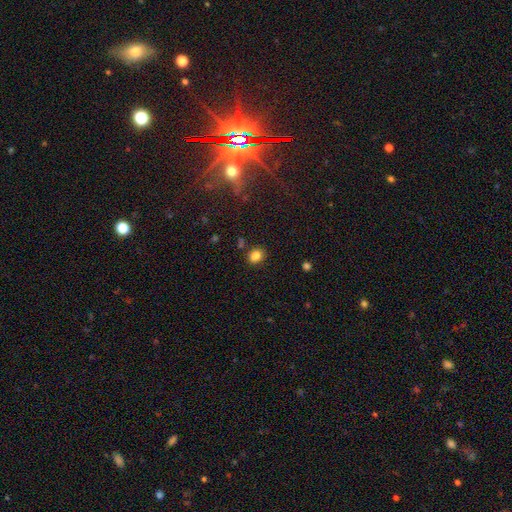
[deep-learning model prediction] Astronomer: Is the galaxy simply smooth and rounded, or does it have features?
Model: smooth — 82%.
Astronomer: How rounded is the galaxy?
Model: round — 52% (runner-up: in between, 47%).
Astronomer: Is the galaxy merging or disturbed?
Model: none — 82%.